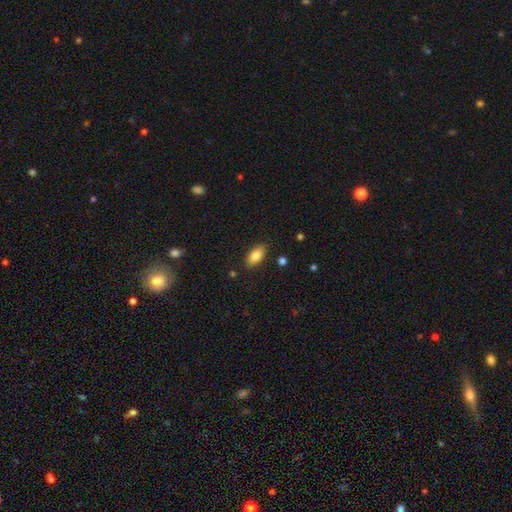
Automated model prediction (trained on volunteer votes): Overall: smooth (80%). How rounded: in between (89%). Merging: none (87%).